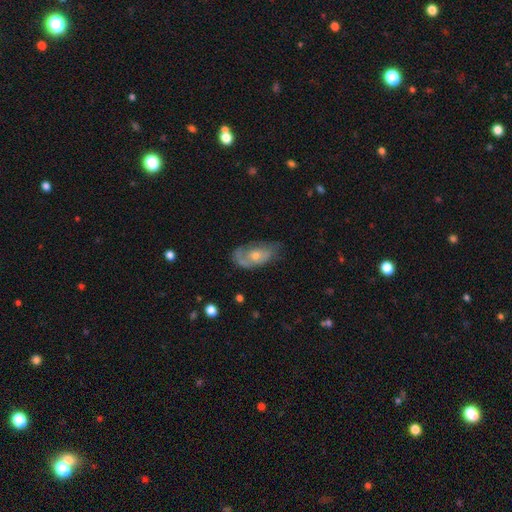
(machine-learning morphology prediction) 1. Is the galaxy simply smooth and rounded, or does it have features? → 58% featured or disk, 33% smooth, 9% star or artifact.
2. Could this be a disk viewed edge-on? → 90% no, 10% yes.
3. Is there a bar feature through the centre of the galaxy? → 80% no, 17% weak, 3% strong.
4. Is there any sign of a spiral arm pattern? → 64% yes, 36% no.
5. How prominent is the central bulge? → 55% moderate, 36% small, 4% large, 3% none, 1% dominant.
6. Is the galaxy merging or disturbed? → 52% none, 27% minor disturbance, 18% major disturbance, 3% merger.